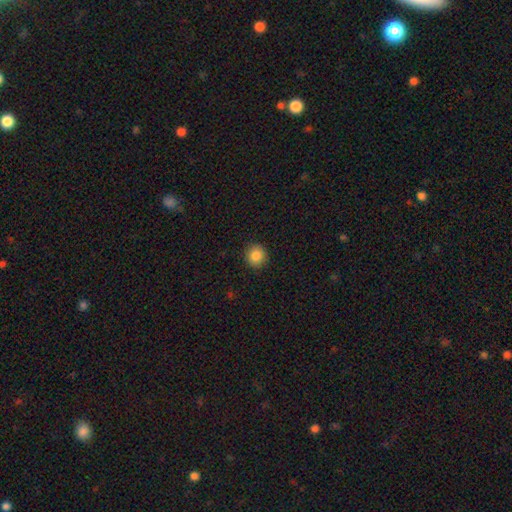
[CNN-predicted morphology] smooth_or_featured: smooth (p=0.85) [alt: star or artifact p=0.10]
how_rounded: round (p=0.92) [alt: in between p=0.07]
merging: none (p=0.92) [alt: minor disturbance p=0.06]